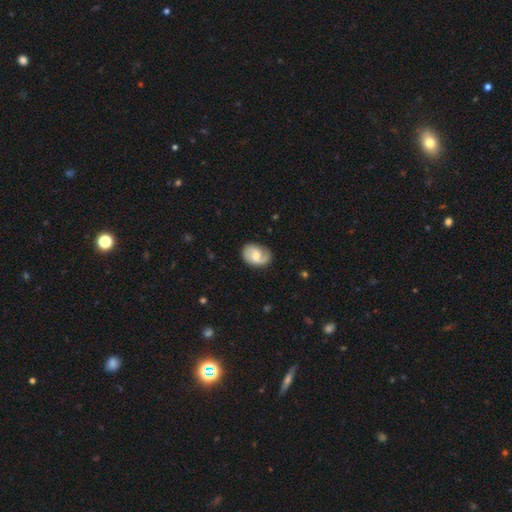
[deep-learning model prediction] A featured or disk galaxy (67%) with a weak bar (48%), 2 (71%) medium (44%) spiral arms (91%) and a moderate central bulge (58%). Merging: none (73%).